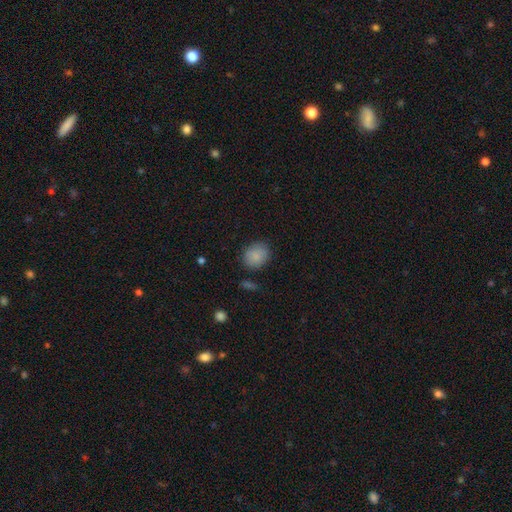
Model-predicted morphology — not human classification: smooth_or_featured: smooth (p=0.86) [alt: star or artifact p=0.08]
how_rounded: round (p=0.52) [alt: in between p=0.47]
merging: none (p=0.80) [alt: minor disturbance p=0.15]